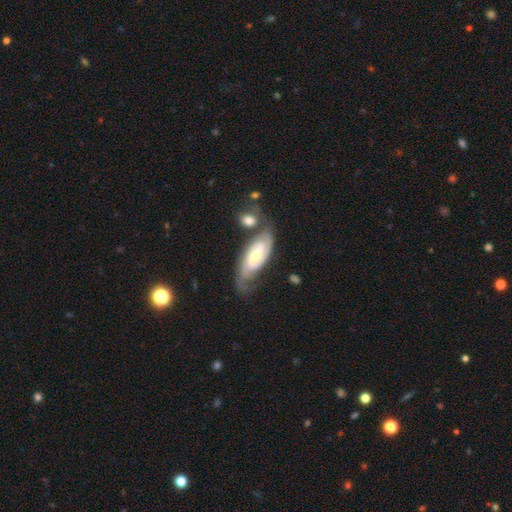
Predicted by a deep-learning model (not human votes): smooth_or_featured: featured or disk (p=0.80) [alt: smooth p=0.15]
disk_edge_on: no (p=0.92) [alt: yes p=0.08]
bar: weak (p=0.43) [alt: no p=0.38]
has_spiral_arms: yes (p=0.95) [alt: no p=0.05]
spiral_winding: tight (p=0.53) [alt: medium p=0.35]
spiral_arm_count: 2 (p=0.71) [alt: can't tell p=0.15]
bulge_size: moderate (p=0.55) [alt: small p=0.39]
merging: none (p=0.54) [alt: minor disturbance p=0.22]